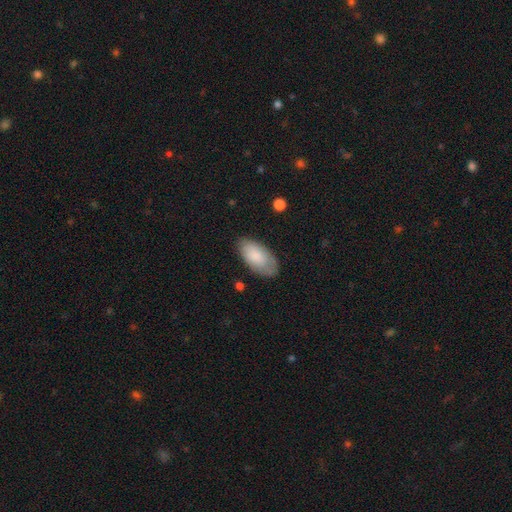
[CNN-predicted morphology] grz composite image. It shows a smooth galaxy with no disk features (82%) that is in between round and cigar-shaped (95%). Merging: none (75%).